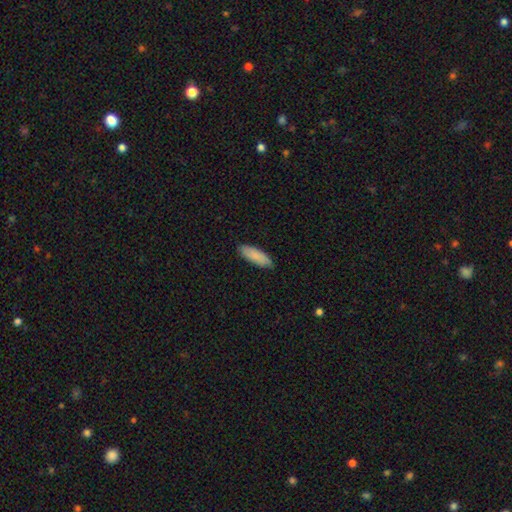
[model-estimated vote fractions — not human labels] The model was most divided on "how rounded": in between: 57%, cigar-shaped: 41%, round: 1%. More confident: smooth or featured — smooth (87%); merging — none (85%).